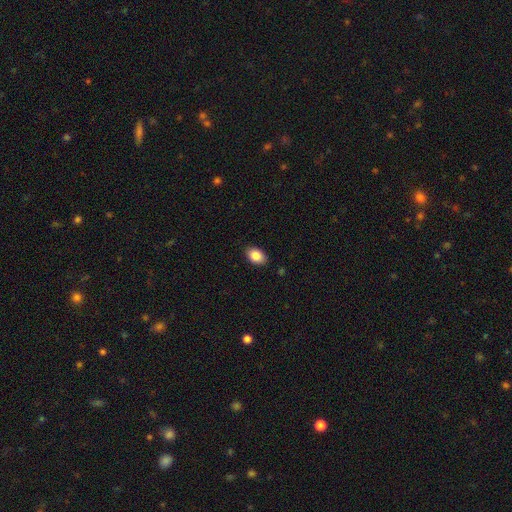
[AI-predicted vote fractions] Morphology: type=smooth (87%); roundness=in between (86%); merging=none (88%).